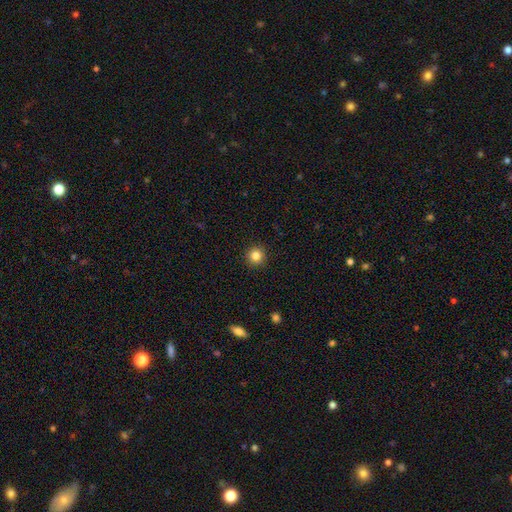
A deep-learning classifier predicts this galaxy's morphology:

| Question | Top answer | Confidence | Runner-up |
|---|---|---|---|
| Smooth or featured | smooth | 83% | star or artifact (11%) |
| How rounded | round | 95% | in between (4%) |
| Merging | none | 93% | minor disturbance (5%) |